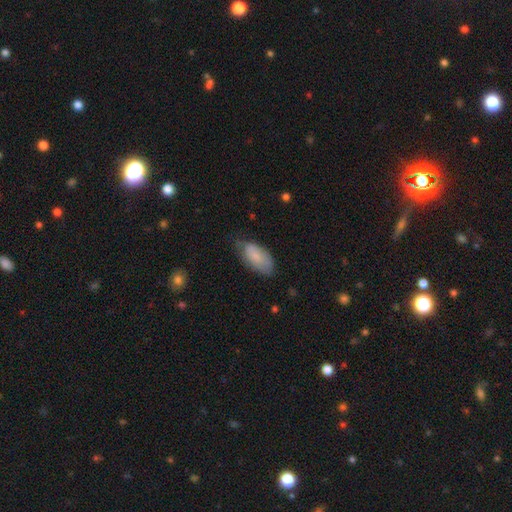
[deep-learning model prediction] Smooth or featured? smooth (75%)
How rounded? in between (94%)
Merging? none (53%)